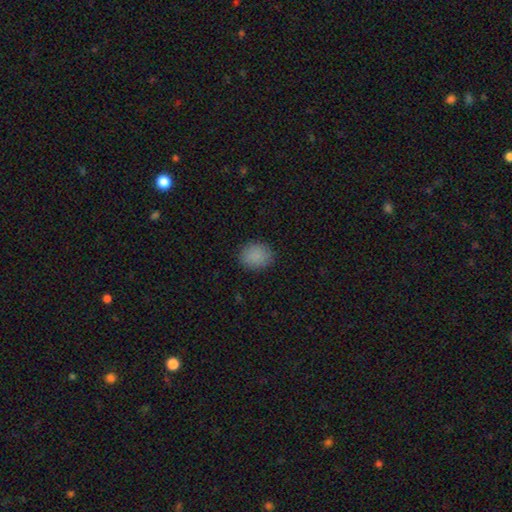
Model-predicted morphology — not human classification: type=smooth (87%); roundness=round (64%); merging=none (87%).